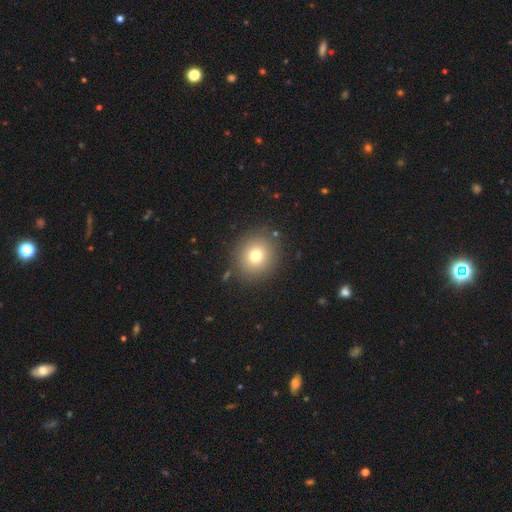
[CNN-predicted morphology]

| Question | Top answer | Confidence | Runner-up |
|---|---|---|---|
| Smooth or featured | smooth | 74% | star or artifact (13%) |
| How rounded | round | 88% | in between (11%) |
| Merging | none | 87% | minor disturbance (8%) |